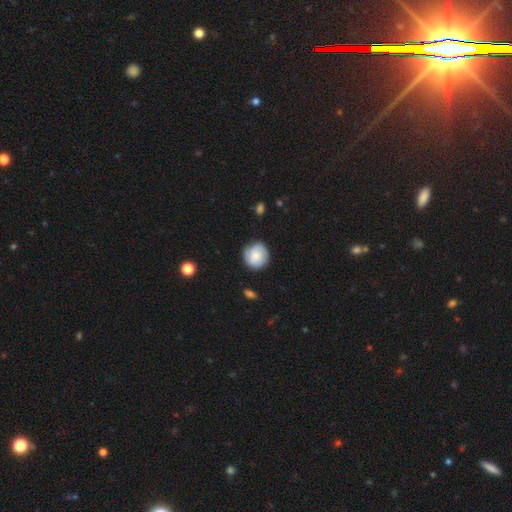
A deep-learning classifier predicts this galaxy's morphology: Smooth or featured? smooth (67%)
How rounded? round (91%)
Merging? none (80%)